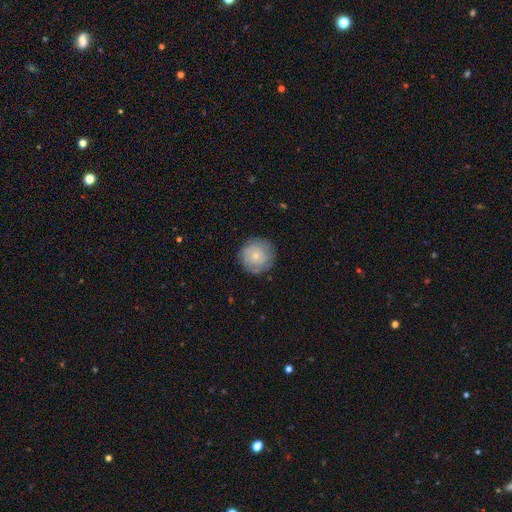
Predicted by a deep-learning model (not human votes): Smooth or featured: smooth — 71% (featured or disk — 22%)
How rounded: round — 95% (in between — 4%)
Merging: none — 84% (minor disturbance — 11%)